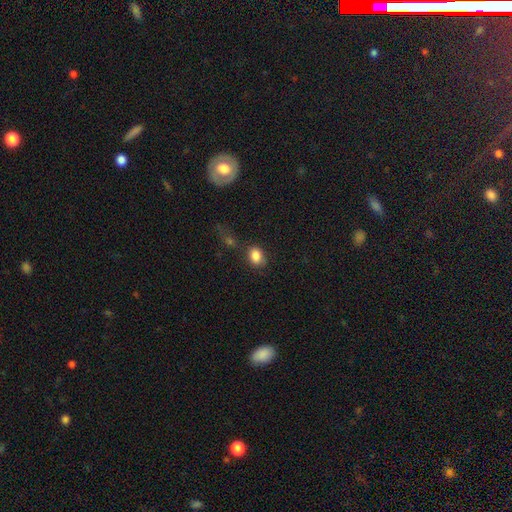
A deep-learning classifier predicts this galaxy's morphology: smooth 84%, star or artifact 10%, featured or disk 6%. Down the decision tree: how rounded — in between (62%); merging — none (62%).